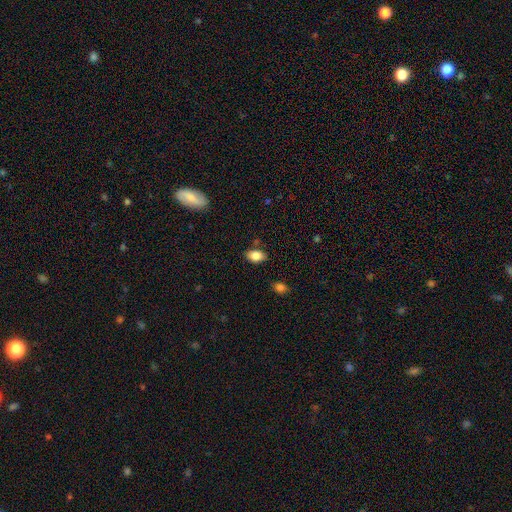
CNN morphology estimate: type=smooth (85%); roundness=in between (88%); merging=none (81%).